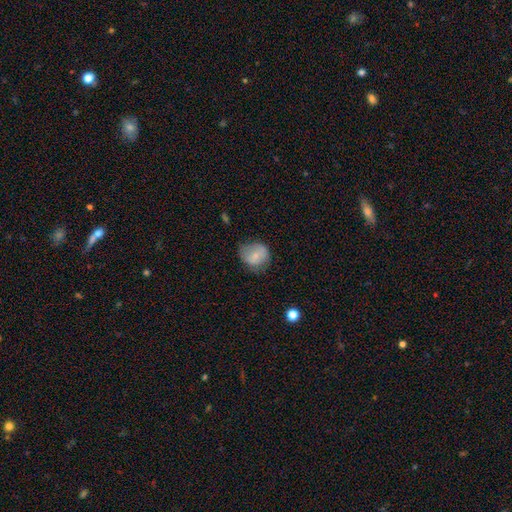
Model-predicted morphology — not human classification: smooth 75%, featured or disk 17%, star or artifact 8%. Down the decision tree: how rounded — round (71%); merging — none (58%).